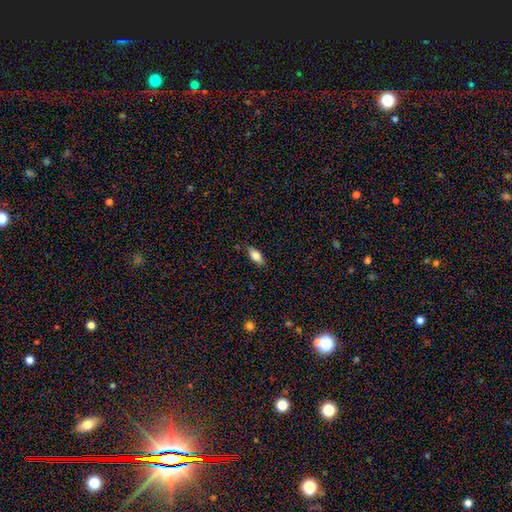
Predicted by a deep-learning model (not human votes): Morphology: type=smooth (79%); roundness=in between (85%); merging=none (83%).